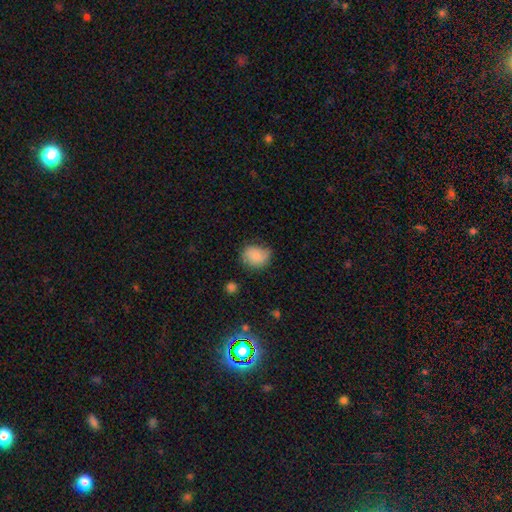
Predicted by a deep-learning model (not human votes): A smooth galaxy with no disk features (70%) that is round (62%). Merging: none (62%).